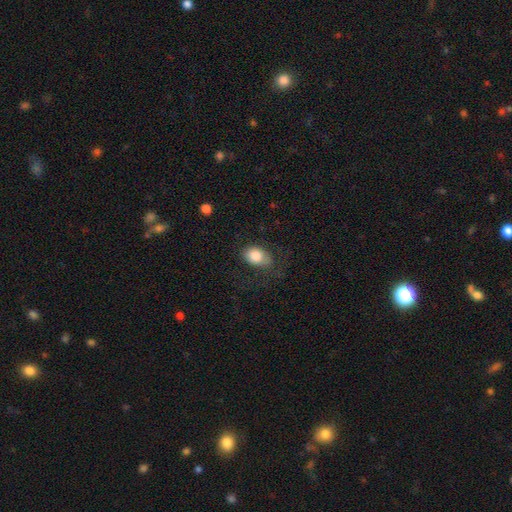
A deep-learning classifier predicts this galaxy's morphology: Q: Smooth or featured?
A: smooth (82%); runner-up: featured or disk (10%)
Q: How rounded?
A: in between (79%); runner-up: round (20%)
Q: Merging?
A: none (66%); runner-up: minor disturbance (21%)